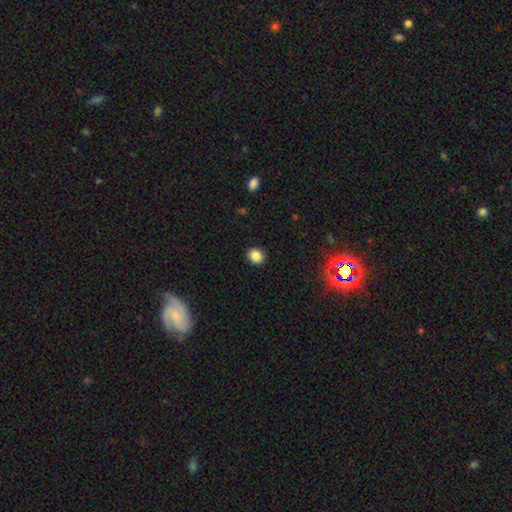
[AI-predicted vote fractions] This is clearly a smooth galaxy (87%). How rounded: likely round (73%). Merging: clearly none (91%).